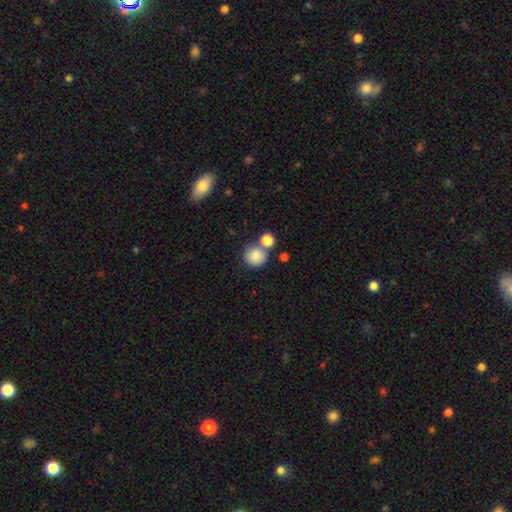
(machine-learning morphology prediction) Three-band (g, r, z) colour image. It shows a smooth galaxy with no disk features (85%) that is round (88%). Merging: none (58%).